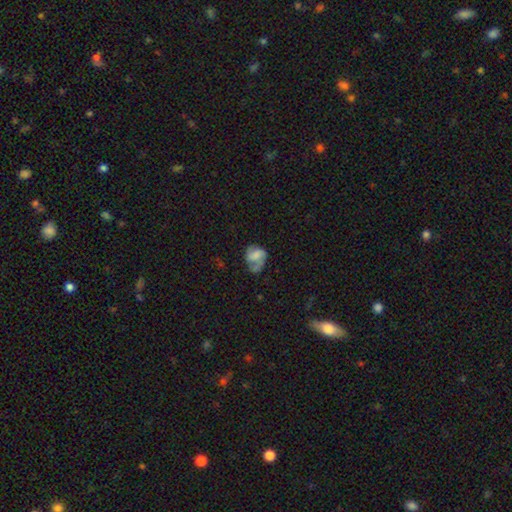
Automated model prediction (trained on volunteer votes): Smooth or featured? Predicted: featured or disk (p=0.46). Merging? Predicted: none (p=0.39).